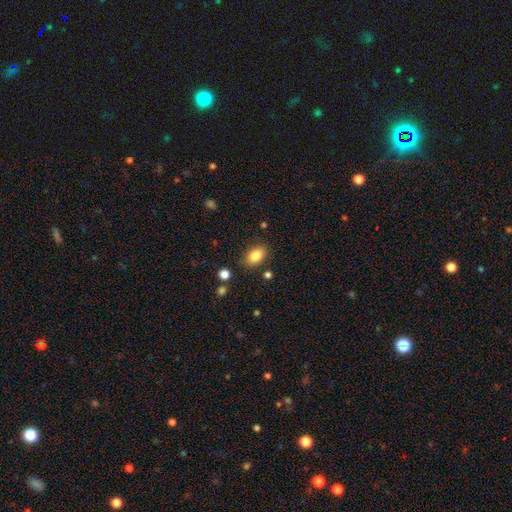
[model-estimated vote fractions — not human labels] Overall: smooth (84%). How rounded: in between (82%). Merging: none (81%).